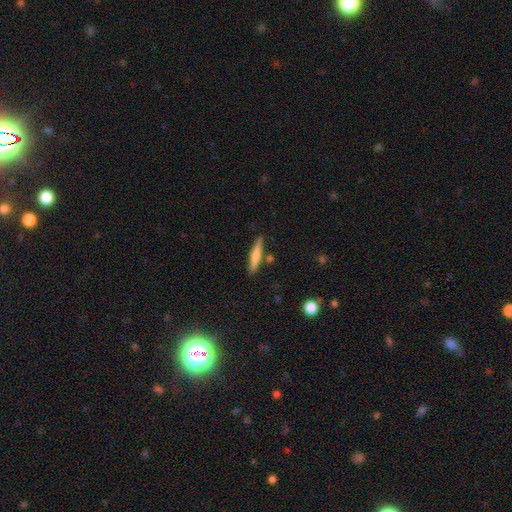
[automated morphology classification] Smooth or featured?
  - smooth: 68% *
  - featured or disk: 27%
  - star or artifact: 6%
How rounded?
  - cigar-shaped: 92% *
  - in between: 6%
  - round: 2%
Merging?
  - none: 83% *
  - minor disturbance: 10%
  - merger: 5%
  - major disturbance: 2%